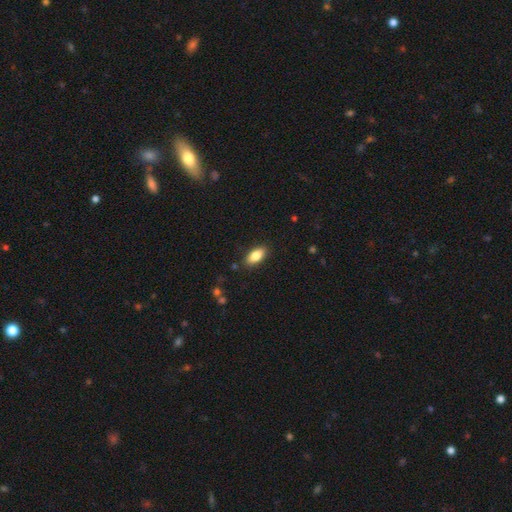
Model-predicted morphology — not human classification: Smooth or featured? Predicted: smooth (p=0.82). How rounded? Predicted: in between (p=0.89). Merging? Predicted: none (p=0.87).